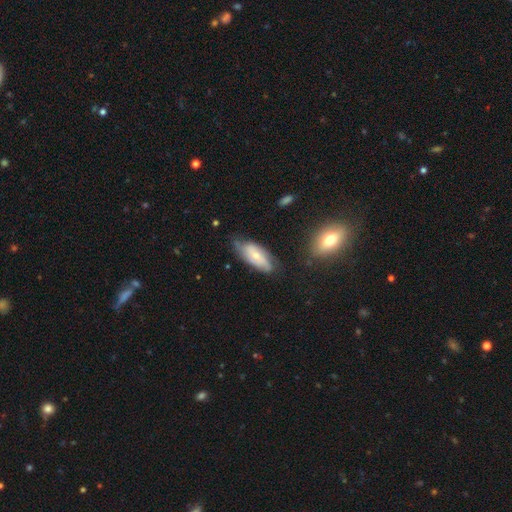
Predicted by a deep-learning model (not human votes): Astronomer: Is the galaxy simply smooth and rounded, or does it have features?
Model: featured or disk — 51% (runner-up: smooth, 42%).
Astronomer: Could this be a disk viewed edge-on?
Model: no — 84%.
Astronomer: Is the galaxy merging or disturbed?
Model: none — 59%.